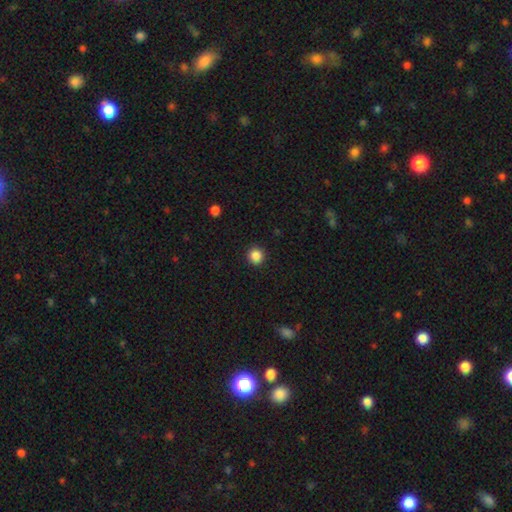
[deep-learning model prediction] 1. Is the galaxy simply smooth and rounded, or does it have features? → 87% smooth, 10% star or artifact, 3% featured or disk.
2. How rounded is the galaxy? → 94% round, 5% in between, 1% cigar-shaped.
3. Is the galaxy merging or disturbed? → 92% none, 5% minor disturbance, 2% major disturbance, 1% merger.